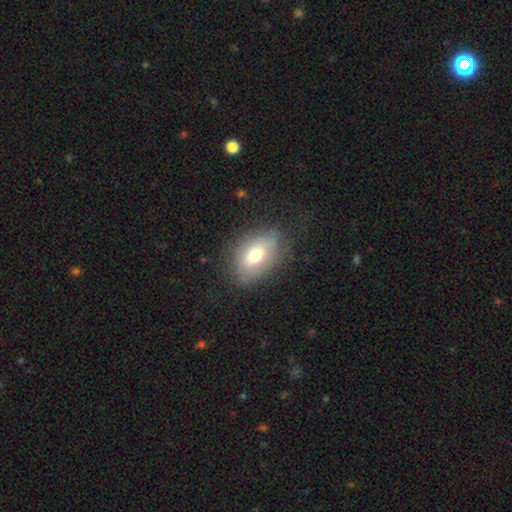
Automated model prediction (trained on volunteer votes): Overall: smooth (68%). How rounded: in between (86%). Merging: none (69%).